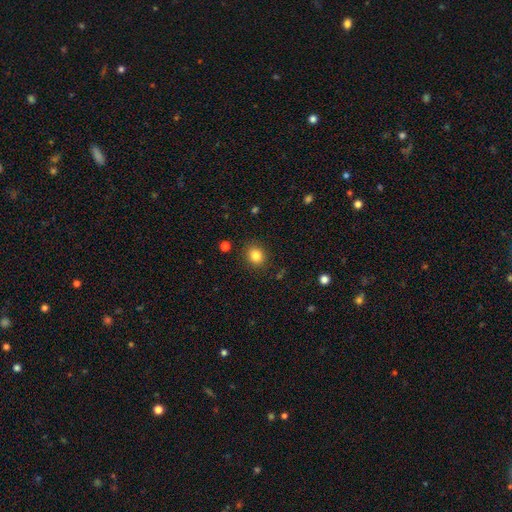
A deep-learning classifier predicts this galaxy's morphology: Overall: smooth (83%). How rounded: round (76%). Merging: none (89%).